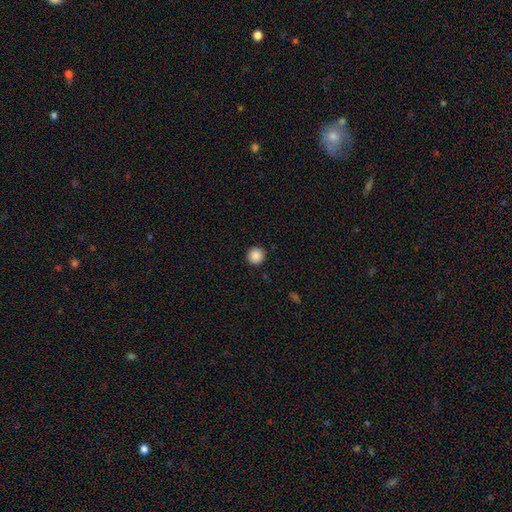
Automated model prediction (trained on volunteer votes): smooth 87%, star or artifact 10%, featured or disk 3%. Down the decision tree: how rounded — round (95%); merging — none (92%).